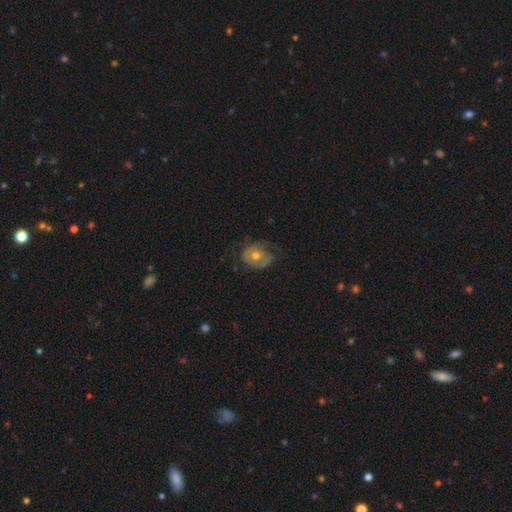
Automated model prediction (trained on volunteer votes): Smooth or featured: featured or disk — 58% (smooth — 33%)
Edge-on disk: no — 96% (yes — 4%)
Bar: no — 85% (weak — 12%)
Spiral arms: yes — 64% (no — 36%)
Bulge size: moderate — 67% (small — 28%)
Merging: none — 63% (minor disturbance — 22%)